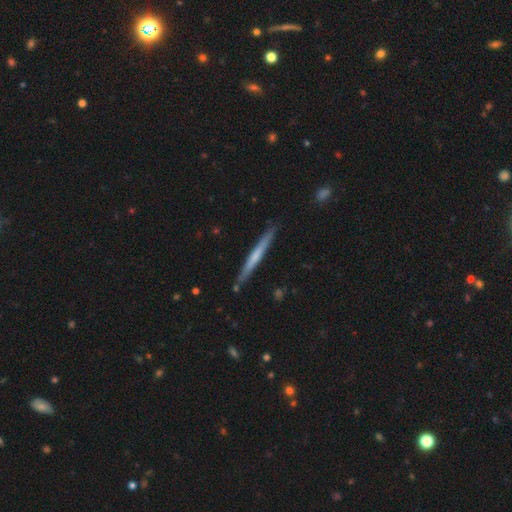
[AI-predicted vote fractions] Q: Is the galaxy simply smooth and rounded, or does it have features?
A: smooth — 48%.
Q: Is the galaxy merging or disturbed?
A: none — 88%.